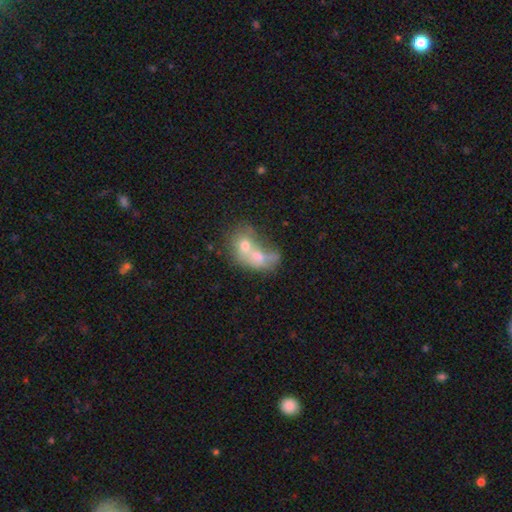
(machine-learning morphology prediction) Smooth or featured? smooth (54%)
How rounded? in between (54%)
Merging? merger (77%)